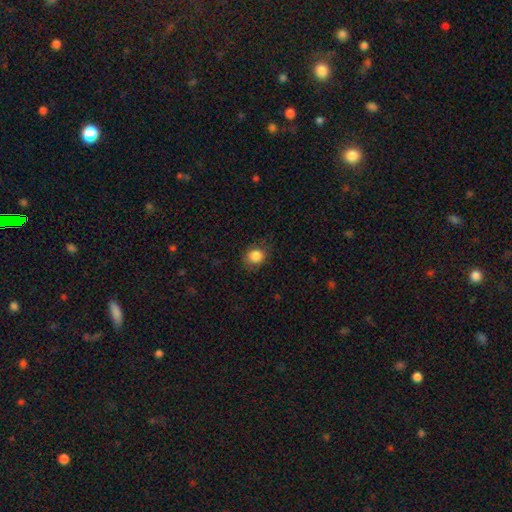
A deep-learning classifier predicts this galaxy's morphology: Overall: smooth (85%). How rounded: round (70%). Merging: none (80%).